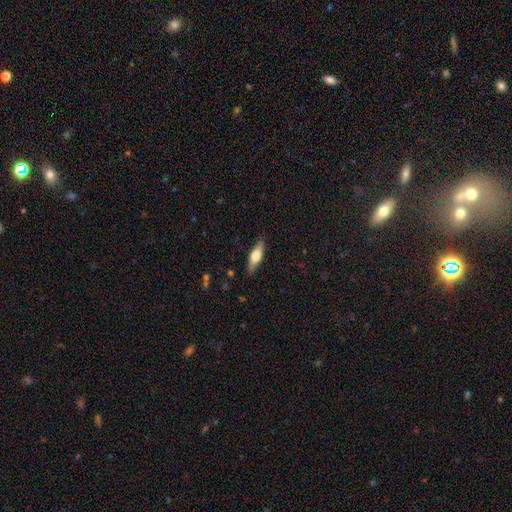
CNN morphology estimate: This appears to be a smooth galaxy with no disk features (57%) that is in between round and cigar-shaped (51%). Merging: none (86%).